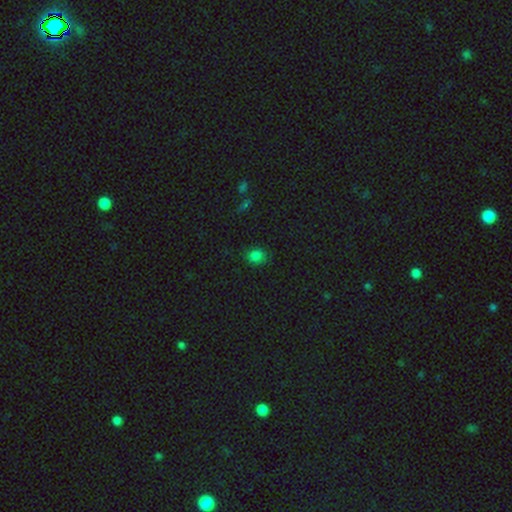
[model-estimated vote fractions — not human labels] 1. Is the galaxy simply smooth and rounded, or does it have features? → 79% smooth, 17% star or artifact, 4% featured or disk.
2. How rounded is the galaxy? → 50% round, 48% in between, 1% cigar-shaped.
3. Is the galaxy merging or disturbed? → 82% none, 14% minor disturbance, 3% major disturbance, 1% merger.